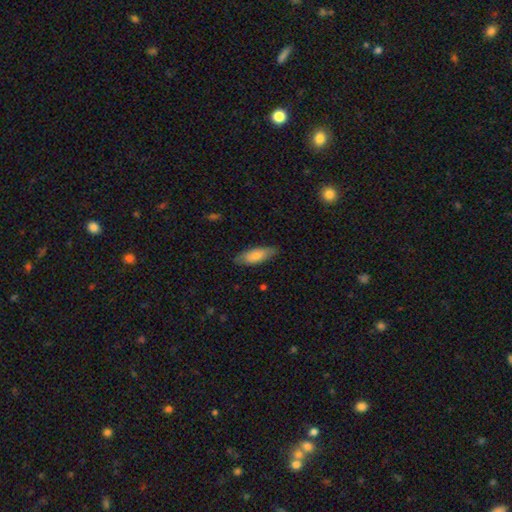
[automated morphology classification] smooth_or_featured: smooth (p=0.74) [alt: featured or disk p=0.20]
how_rounded: in between (p=0.69) [alt: cigar-shaped p=0.29]
merging: none (p=0.79) [alt: minor disturbance p=0.17]